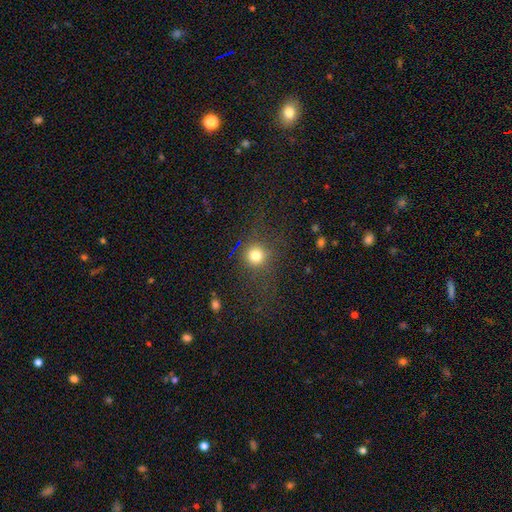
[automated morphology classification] Q: Smooth or featured?
A: smooth (76%); runner-up: star or artifact (17%)
Q: How rounded?
A: round (92%); runner-up: in between (7%)
Q: Merging?
A: none (79%); runner-up: minor disturbance (10%)